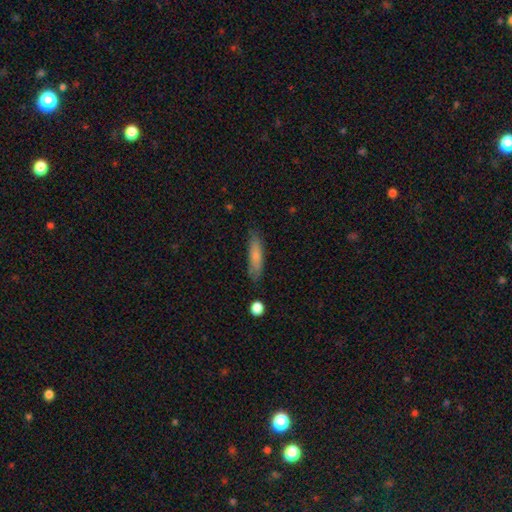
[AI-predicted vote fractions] The model was most divided on "how rounded": cigar-shaped: 72%, in between: 26%, round: 2%. More confident: merging — none (81%); smooth or featured — smooth (77%).